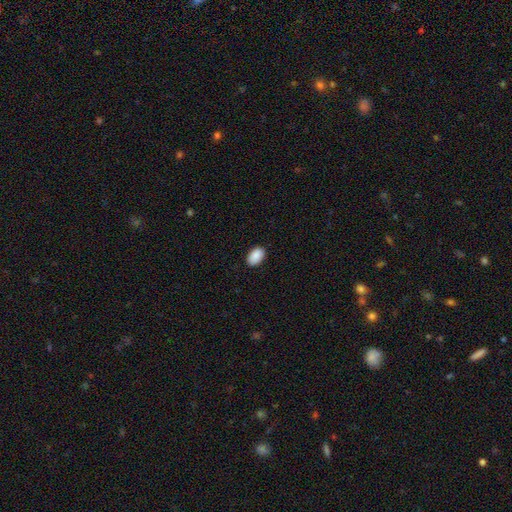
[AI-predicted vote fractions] The model was most divided on "merging": none: 88%, minor disturbance: 9%, major disturbance: 2%, merger: 1%. More confident: how rounded — in between (91%); smooth or featured — smooth (90%).